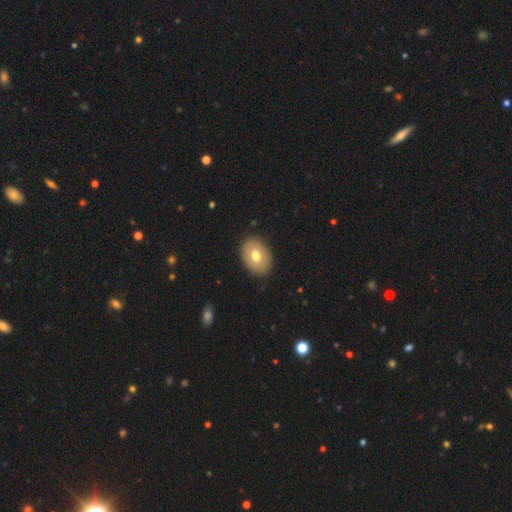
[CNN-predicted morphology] Overall: smooth (72%). How rounded: in between (76%). Merging: none (88%).